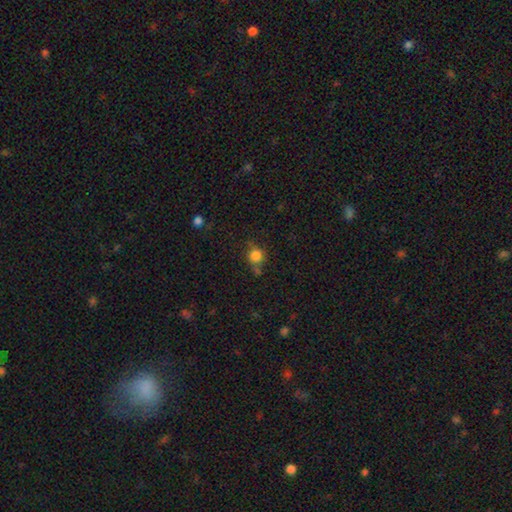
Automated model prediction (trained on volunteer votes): This is clearly a smooth galaxy (81%). How rounded: clearly round (88%). Merging: likely none (65%).